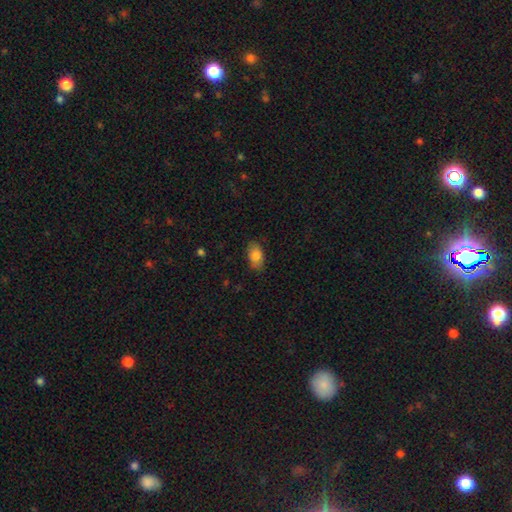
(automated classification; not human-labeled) smooth 82%, featured or disk 10%, star or artifact 7%. Down the decision tree: how rounded — in between (92%); merging — none (83%).